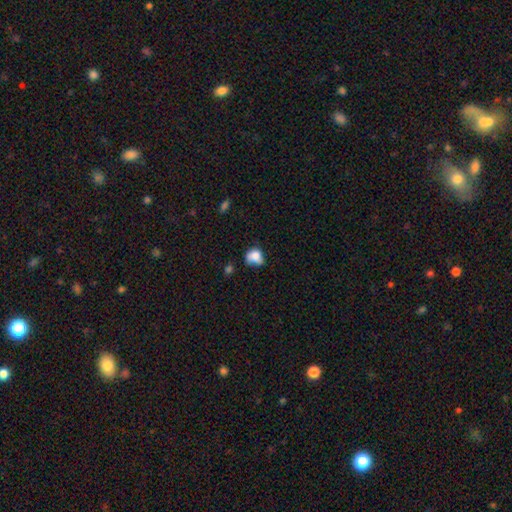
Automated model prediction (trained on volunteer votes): Smooth or featured?
  - smooth: 75% *
  - featured or disk: 15%
  - star or artifact: 10%
How rounded?
  - round: 51% *
  - in between: 48%
  - cigar-shaped: 1%
Merging?
  - minor disturbance: 35% *
  - none: 30%
  - major disturbance: 19%
  - merger: 16%